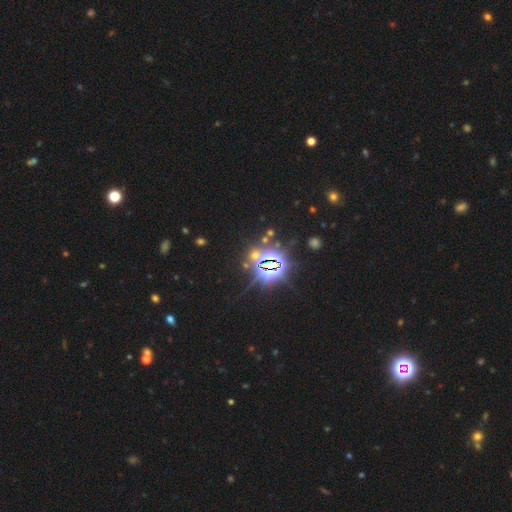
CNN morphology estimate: smooth-or-featured: star or artifact: 77% | smooth: 15% | featured or disk: 8%